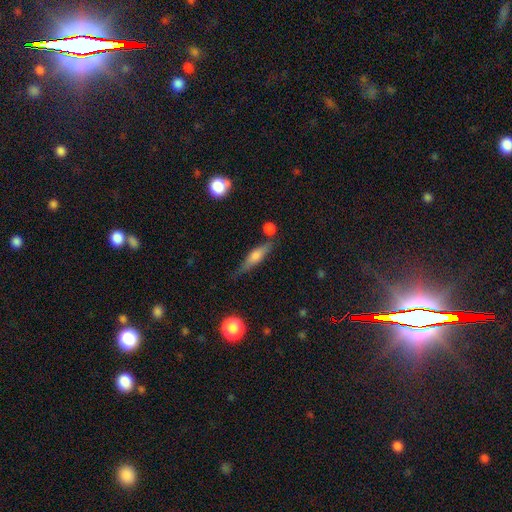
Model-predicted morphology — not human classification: This appears to be a featured or disk galaxy (48%). Merging: none (68%).